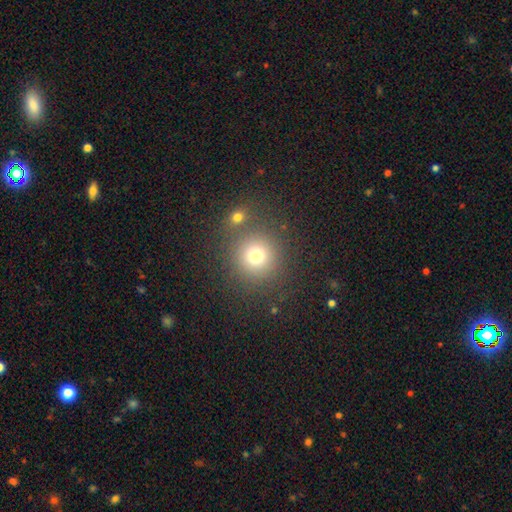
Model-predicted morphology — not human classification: This appears to be a smooth galaxy with no disk features (74%) that is round (93%). Merging: none (76%).